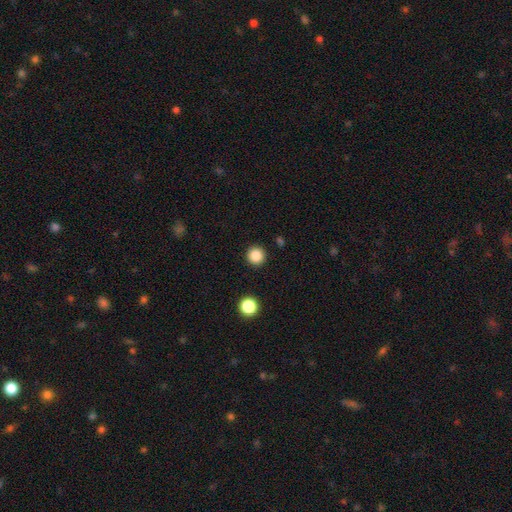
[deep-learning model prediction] smooth_or_featured: smooth (p=0.86) [alt: star or artifact p=0.11]
how_rounded: round (p=0.96) [alt: in between p=0.03]
merging: none (p=0.92) [alt: minor disturbance p=0.05]